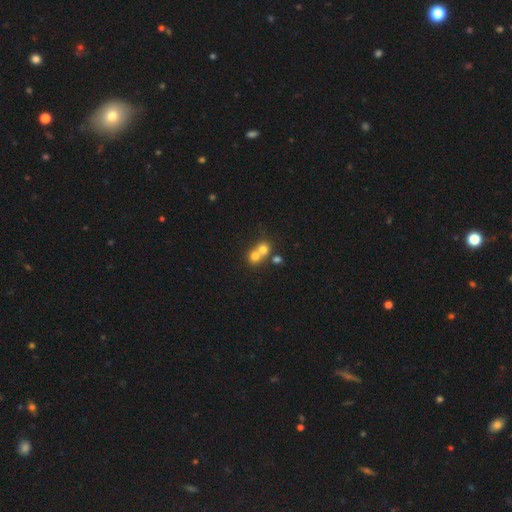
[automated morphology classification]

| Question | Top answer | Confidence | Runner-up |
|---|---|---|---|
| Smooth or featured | smooth | 70% | featured or disk (17%) |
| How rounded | round | 82% | in between (17%) |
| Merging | merger | 64% | none (29%) |